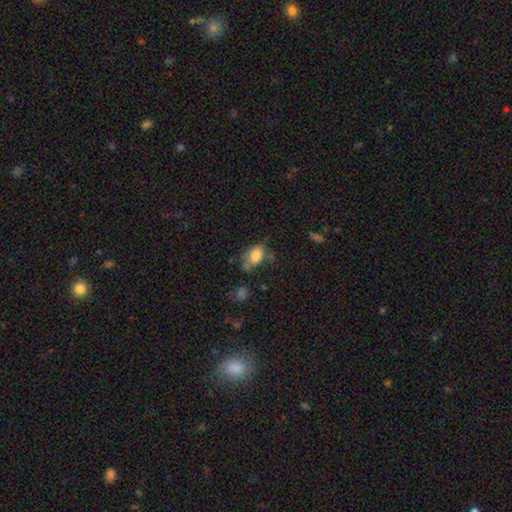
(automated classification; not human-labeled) This is likely a smooth galaxy (80%). How rounded: clearly in between (83%). Merging: possibly none (47%).